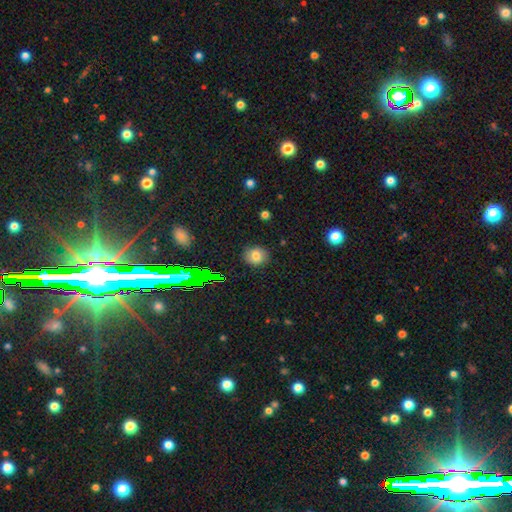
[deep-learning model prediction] smooth_or_featured: smooth (p=0.73) [alt: star or artifact p=0.16]
how_rounded: round (p=0.71) [alt: in between p=0.28]
merging: none (p=0.86) [alt: minor disturbance p=0.10]